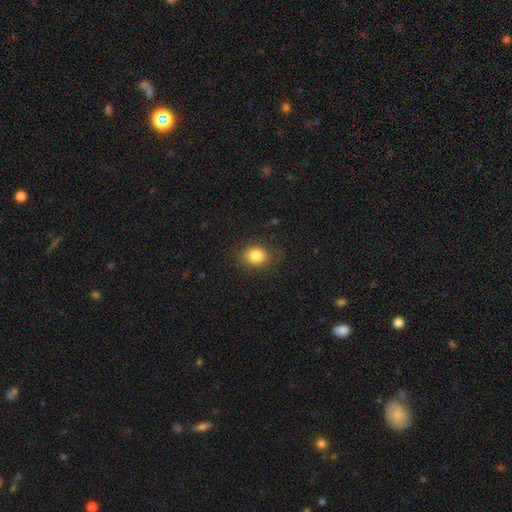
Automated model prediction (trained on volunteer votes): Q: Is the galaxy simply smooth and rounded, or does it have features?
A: smooth — 83%.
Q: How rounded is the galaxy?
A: round — 64%.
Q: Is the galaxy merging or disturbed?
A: none — 83%.